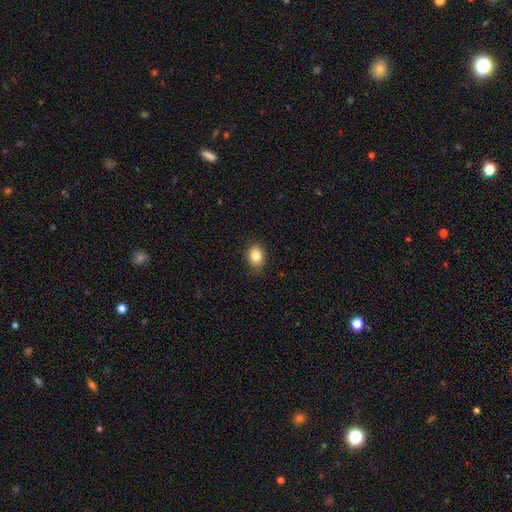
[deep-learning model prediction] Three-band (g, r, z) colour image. It shows a smooth galaxy with no disk features (83%) that is in between round and cigar-shaped (52%). Merging: none (82%).